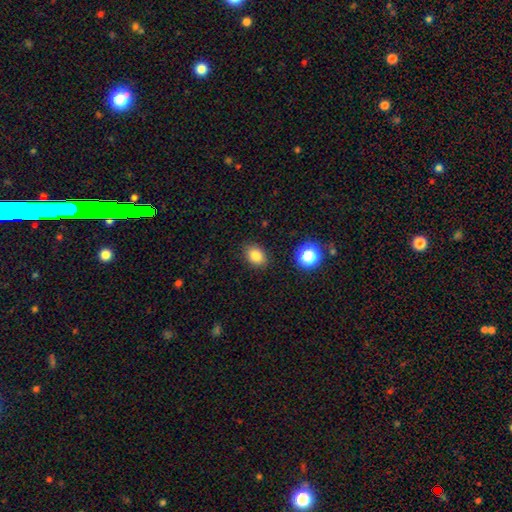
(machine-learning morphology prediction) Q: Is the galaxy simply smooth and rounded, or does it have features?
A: smooth — 82%.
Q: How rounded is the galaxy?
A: in between — 65%.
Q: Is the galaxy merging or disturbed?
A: none — 87%.